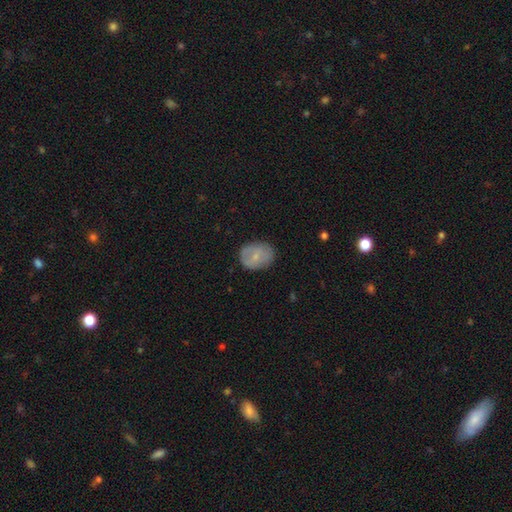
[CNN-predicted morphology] The model was most divided on "how rounded": in between: 57%, round: 42%, cigar-shaped: 1%. More confident: merging — none (77%); smooth or featured — smooth (64%).